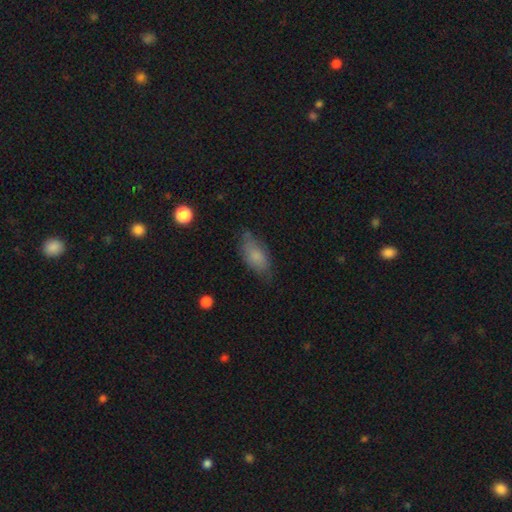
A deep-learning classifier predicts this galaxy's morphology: Overall: smooth (76%). How rounded: in between (88%). Merging: none (62%; minor disturbance 28%).